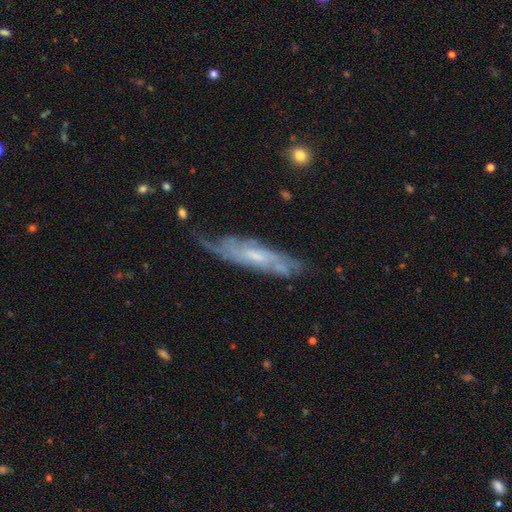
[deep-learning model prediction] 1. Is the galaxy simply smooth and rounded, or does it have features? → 74% featured or disk, 19% smooth, 6% star or artifact.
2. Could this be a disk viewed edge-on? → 66% no, 34% yes.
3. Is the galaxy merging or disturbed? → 57% none, 27% minor disturbance, 13% major disturbance, 3% merger.